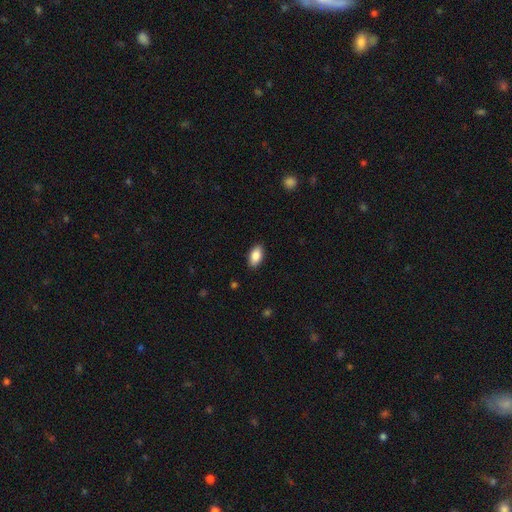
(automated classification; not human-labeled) The model was most divided on "smooth or featured": smooth: 87%, star or artifact: 7%, featured or disk: 6%. More confident: how rounded — in between (93%); merging — none (89%).